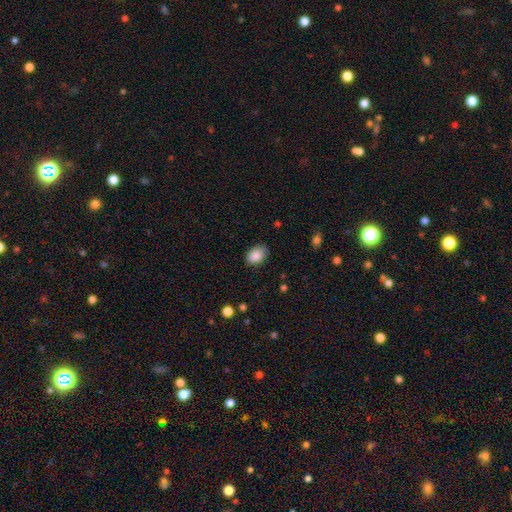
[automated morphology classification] A smooth galaxy with no disk features (87%) that is in between round and cigar-shaped (76%). Merging: none (77%).